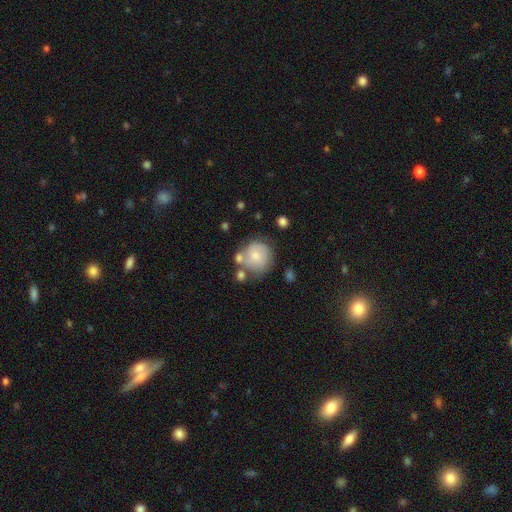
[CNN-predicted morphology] Smooth or featured: smooth — 64% (featured or disk — 28%)
How rounded: round — 86% (in between — 13%)
Merging: none — 51% (minor disturbance — 21%)